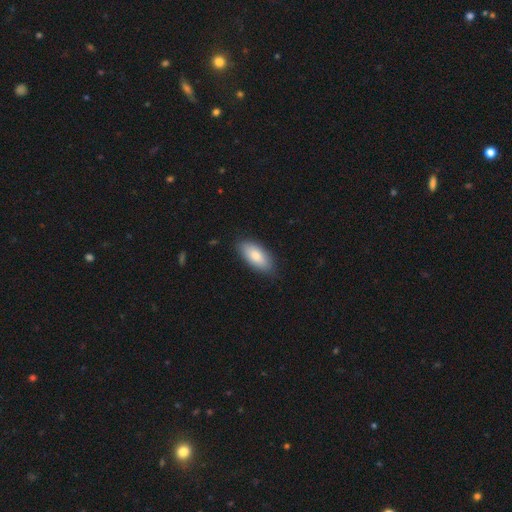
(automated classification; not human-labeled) A smooth galaxy with no disk features (81%) that is in between round and cigar-shaped (89%). Merging: none (84%).